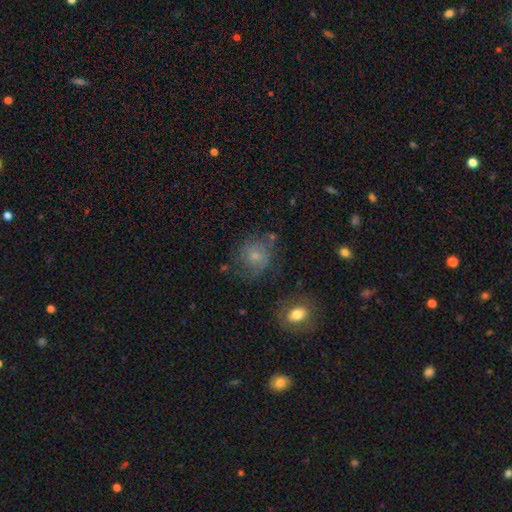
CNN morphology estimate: smooth-or-featured: smooth: 52% | featured or disk: 35% | star or artifact: 13%
  how-rounded: round: 75% | in between: 24% | cigar-shaped: 1%
  merging: none: 59% | minor disturbance: 22% | major disturbance: 14% | merger: 5%